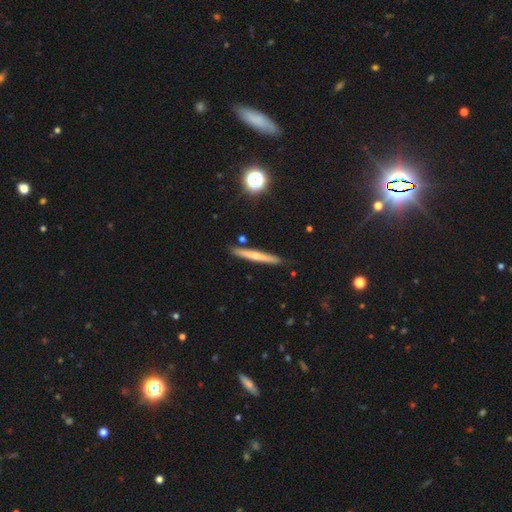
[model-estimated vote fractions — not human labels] Smooth or featured: smooth — 46% (tied with featured or disk — 46%)
Merging: none — 88% (minor disturbance — 8%)